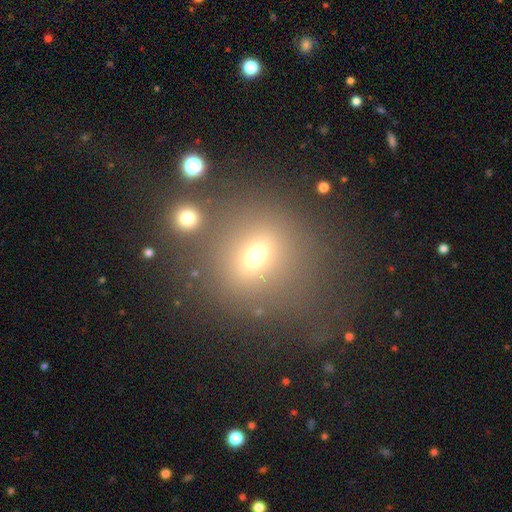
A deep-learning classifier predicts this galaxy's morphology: Smooth or featured: smooth — 58% (star or artifact — 23%)
How rounded: round — 59% (in between — 38%)
Merging: none — 67% (minor disturbance — 14%)